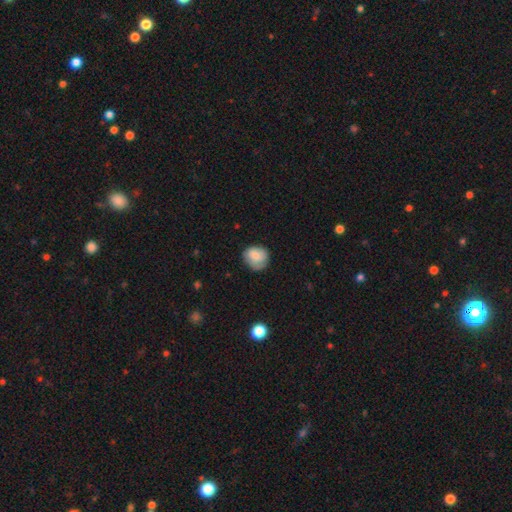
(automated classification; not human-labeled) smooth-or-featured: smooth: 81% | featured or disk: 12% | star or artifact: 7%
  how-rounded: round: 77% | in between: 22% | cigar-shaped: 1%
  merging: none: 70% | minor disturbance: 23% | major disturbance: 5% | merger: 1%